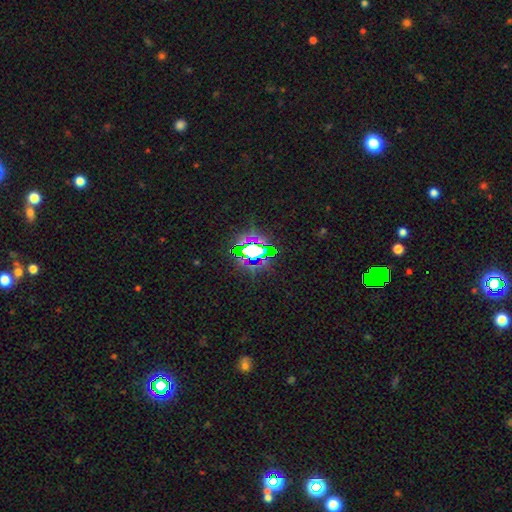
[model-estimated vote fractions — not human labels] smooth_or_featured: star or artifact (p=0.64) [alt: smooth p=0.22]